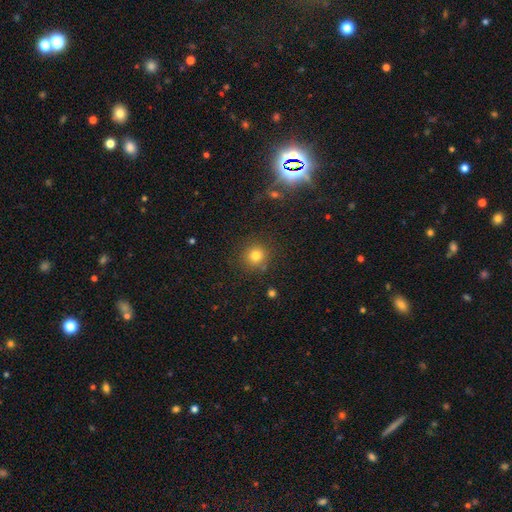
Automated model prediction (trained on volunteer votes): Overall: smooth (79%). How rounded: round (93%). Merging: none (85%).